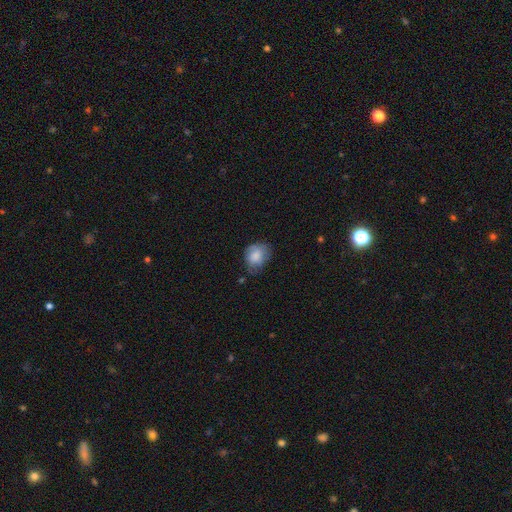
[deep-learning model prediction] A smooth galaxy with no disk features (76%) that is round (51%). Merging: none (53%).